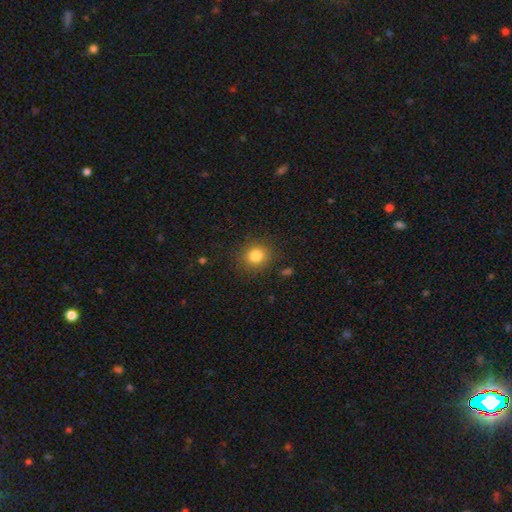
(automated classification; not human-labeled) Smooth or featured? Predicted: smooth (p=0.82). How rounded? Predicted: round (p=0.81). Merging? Predicted: none (p=0.87).